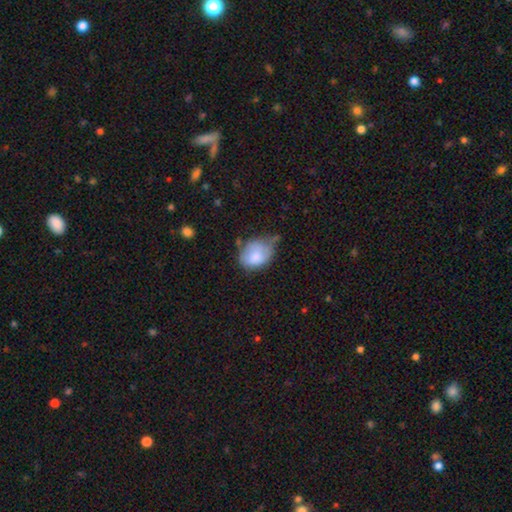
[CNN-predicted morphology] smooth 79%, featured or disk 14%, star or artifact 7%. Down the decision tree: how rounded — in between (59%); merging — minor disturbance (42%).